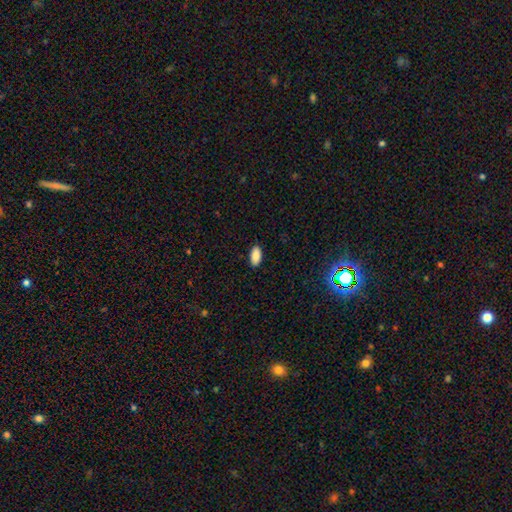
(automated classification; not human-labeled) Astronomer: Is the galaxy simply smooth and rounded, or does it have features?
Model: smooth — 89%.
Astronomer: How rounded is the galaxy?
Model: in between — 93%.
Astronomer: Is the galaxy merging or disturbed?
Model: none — 89%.